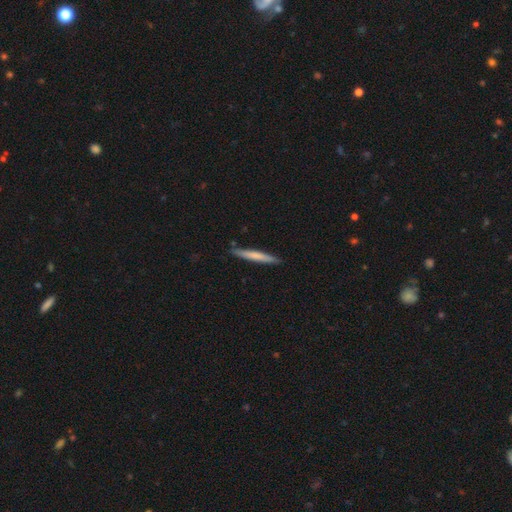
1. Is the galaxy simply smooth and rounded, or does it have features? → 51% featured or disk, 43% smooth, 5% star or artifact.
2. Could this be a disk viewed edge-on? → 95% yes, 5% no.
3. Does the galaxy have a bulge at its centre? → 89% none, 6% boxy, 6% rounded.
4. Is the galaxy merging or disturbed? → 94% none, 3% minor disturbance, 3% merger, 0% major disturbance.